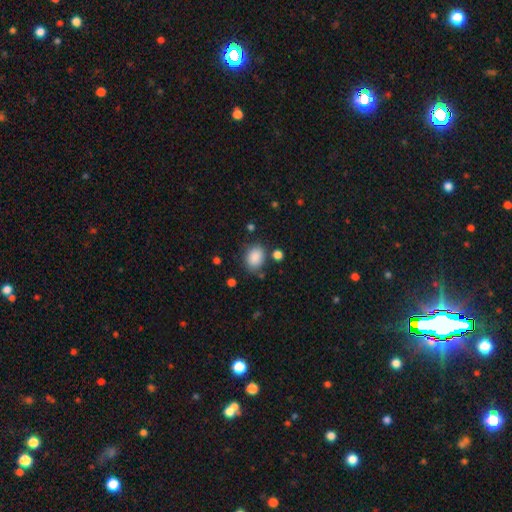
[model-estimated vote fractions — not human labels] A smooth galaxy with no disk features (88%) that is in between round and cigar-shaped (66%). Merging: none (75%).